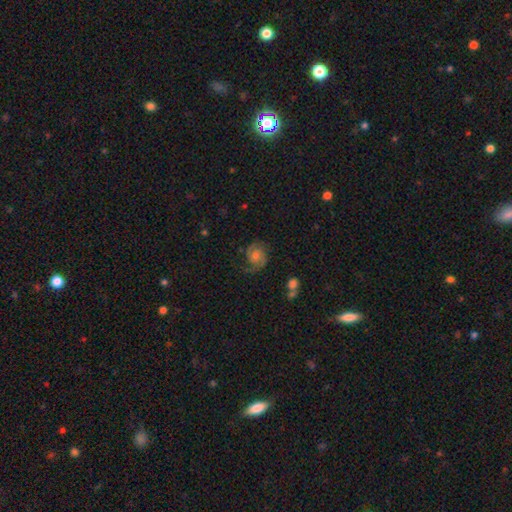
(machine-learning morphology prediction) This is likely a featured or disk galaxy (72%). It is clearly not viewed edge-on (98%). Bar: likely no (62%). Spiral arm pattern: clearly yes (95%). Spiral arm count: clearly 2 (80%). Spiral winding: possibly medium (48%). Central bulge: possibly moderate (48%). Merging: likely none (69%).